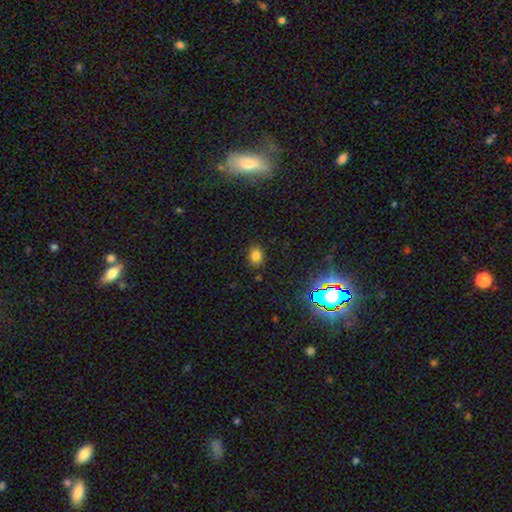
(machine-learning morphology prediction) smooth 79%, star or artifact 16%, featured or disk 6%. Down the decision tree: how rounded — in between (57%); merging — none (87%).